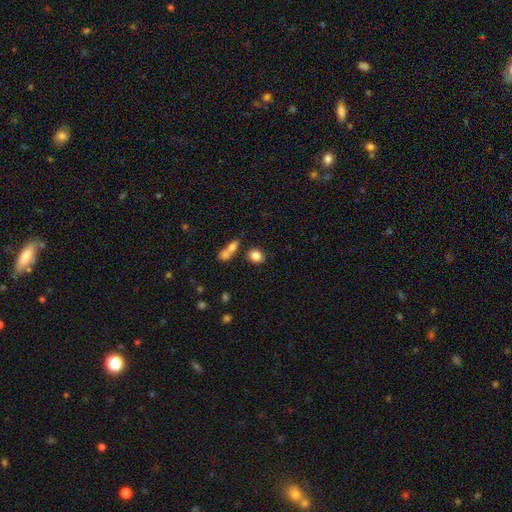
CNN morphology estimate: A smooth galaxy with no disk features (84%) that is round (62%).

Vote fractions:
- Smooth or featured? smooth: 84% / star or artifact: 10% / featured or disk: 7%
- How rounded? round: 62% / in between: 36% / cigar-shaped: 2%
- Merging? none: 70% / merger: 16% / minor disturbance: 10% / major disturbance: 4%